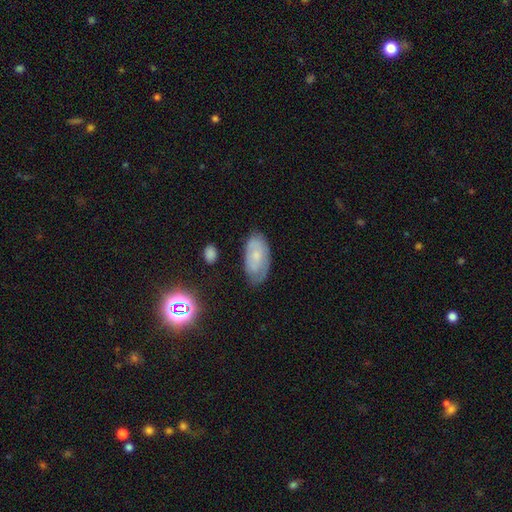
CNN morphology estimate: This is possibly a smooth galaxy (52%). How rounded: clearly in between (93%). Merging: likely none (67%).